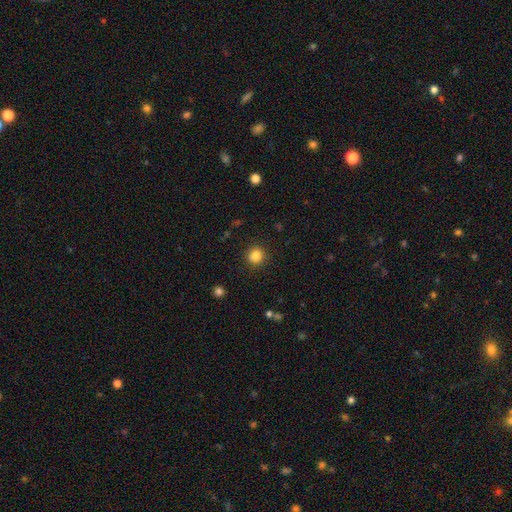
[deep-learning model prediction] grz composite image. It shows a smooth galaxy with no disk features (84%) that is round (91%). Merging: none (89%).